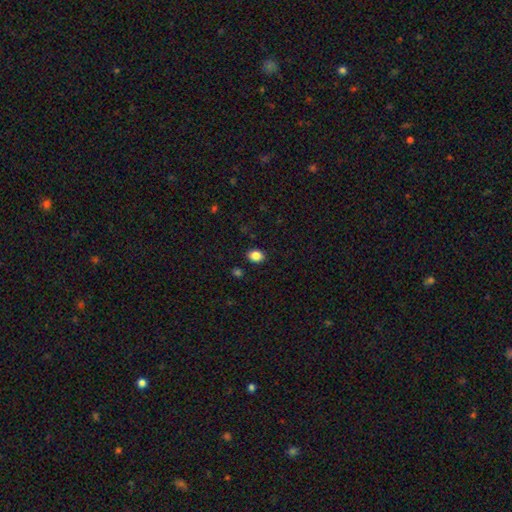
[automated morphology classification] The model was most divided on "how rounded": in between: 54%, round: 45%, cigar-shaped: 1%. More confident: merging — none (89%); smooth or featured — smooth (86%).